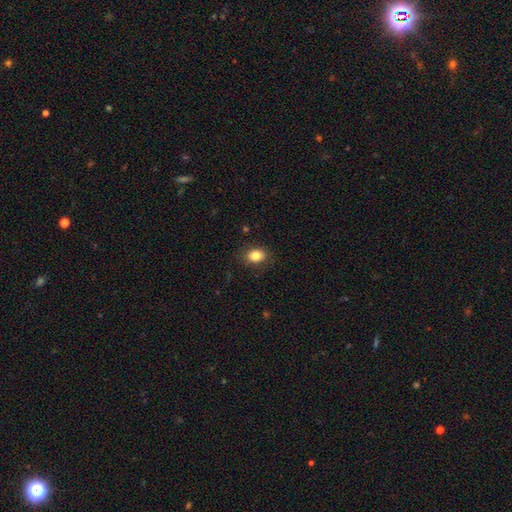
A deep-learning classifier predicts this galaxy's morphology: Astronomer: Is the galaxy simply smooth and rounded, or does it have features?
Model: smooth — 83%.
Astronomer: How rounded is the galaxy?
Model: in between — 62% (runner-up: round, 37%).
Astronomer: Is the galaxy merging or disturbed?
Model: none — 86%.